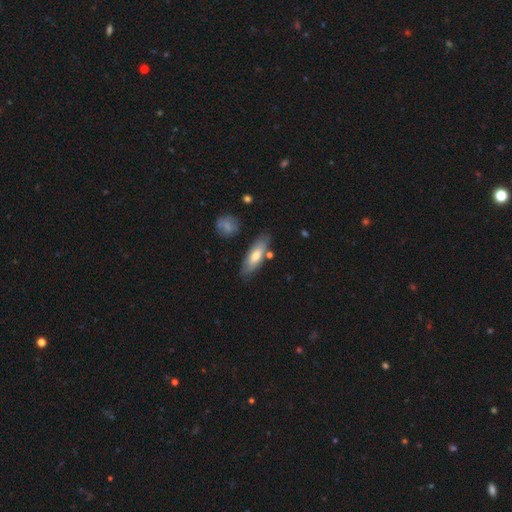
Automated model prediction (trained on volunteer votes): Q: Smooth or featured?
A: smooth (65%); runner-up: featured or disk (29%)
Q: How rounded?
A: in between (59%); runner-up: cigar-shaped (38%)
Q: Merging?
A: none (78%); runner-up: minor disturbance (14%)